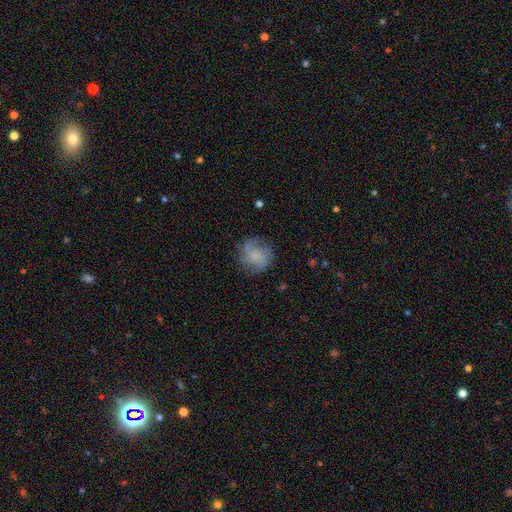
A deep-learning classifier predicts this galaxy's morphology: This appears to be a featured or disk galaxy (48%). Merging: none (71%).